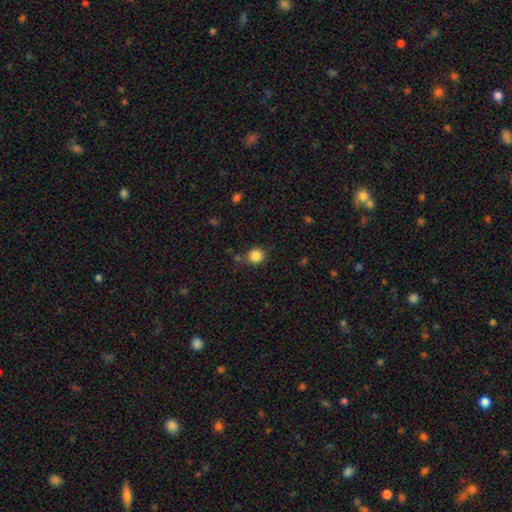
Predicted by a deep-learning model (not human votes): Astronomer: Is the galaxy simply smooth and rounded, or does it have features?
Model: smooth — 85%.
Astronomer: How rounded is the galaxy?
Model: round — 89%.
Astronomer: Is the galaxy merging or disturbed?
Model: none — 78%.